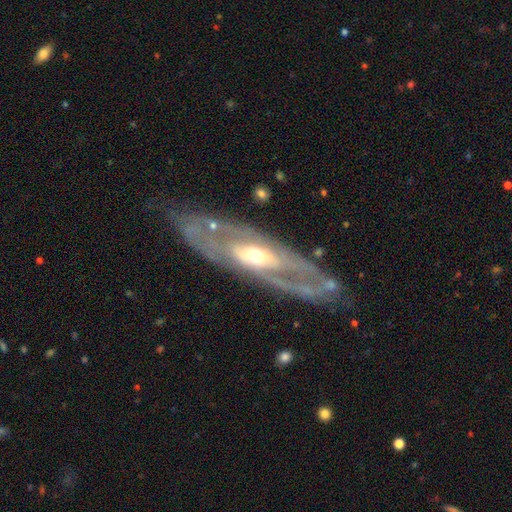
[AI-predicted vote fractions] Smooth or featured: featured or disk — 83% (smooth — 12%)
Edge-on disk: no — 78% (yes — 22%)
Bar: no — 59% (weak — 26%)
Spiral arms: yes — 69% (no — 31%)
Bulge size: moderate — 57% (small — 35%)
Merging: none — 74% (minor disturbance — 16%)